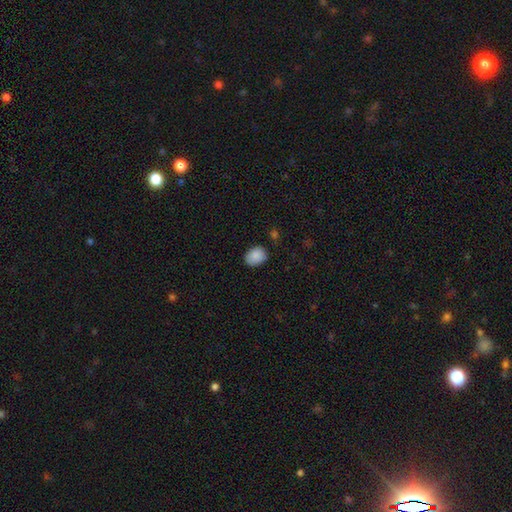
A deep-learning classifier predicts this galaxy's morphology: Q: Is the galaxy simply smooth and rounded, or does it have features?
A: smooth — 89%.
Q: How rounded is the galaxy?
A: in between — 63%.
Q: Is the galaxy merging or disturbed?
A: none — 82%.